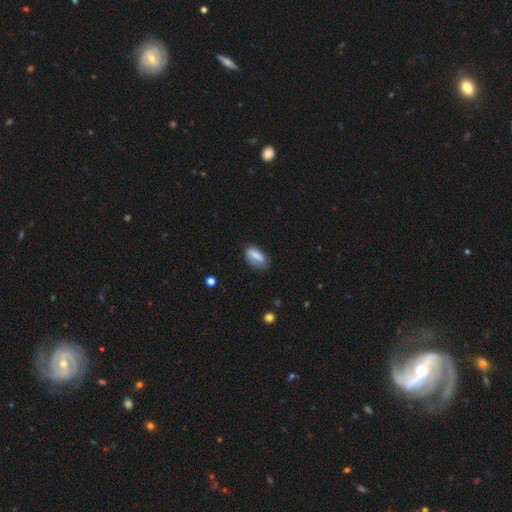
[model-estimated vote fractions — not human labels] Q: Smooth or featured?
A: smooth (78%); runner-up: featured or disk (14%)
Q: How rounded?
A: in between (80%); runner-up: cigar-shaped (16%)
Q: Merging?
A: none (72%); runner-up: minor disturbance (21%)